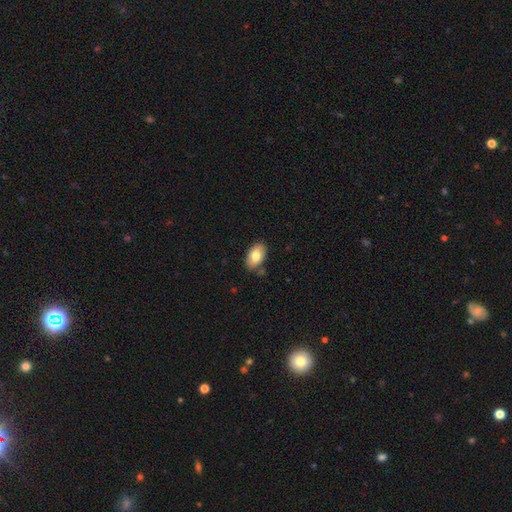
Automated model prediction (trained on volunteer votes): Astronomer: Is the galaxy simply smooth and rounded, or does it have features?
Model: smooth — 80%.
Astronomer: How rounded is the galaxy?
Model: in between — 94%.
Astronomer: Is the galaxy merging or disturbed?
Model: none — 81%.